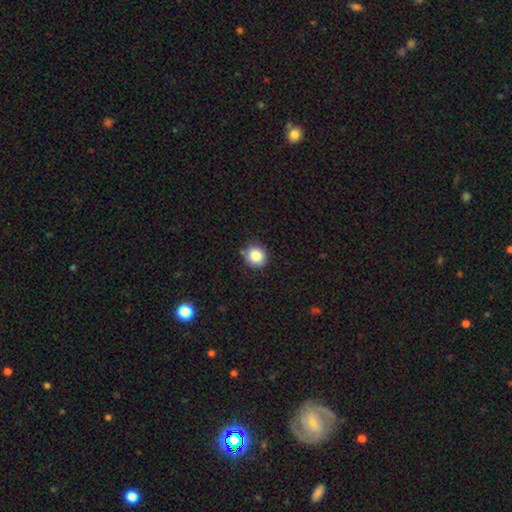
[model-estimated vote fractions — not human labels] Smooth or featured? smooth (85%)
How rounded? round (85%)
Merging? none (84%)